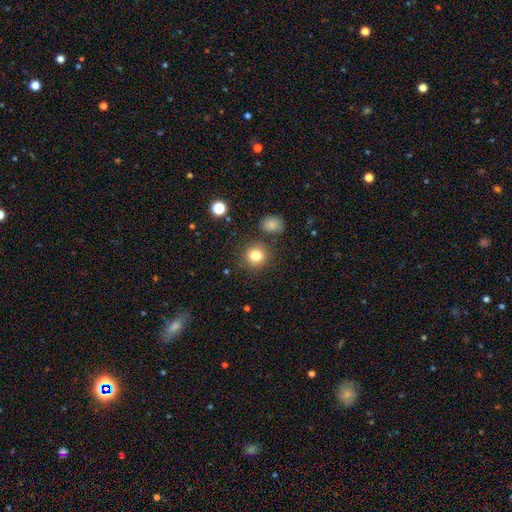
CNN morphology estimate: type=smooth (81%); roundness=round (89%); merging=none (84%).